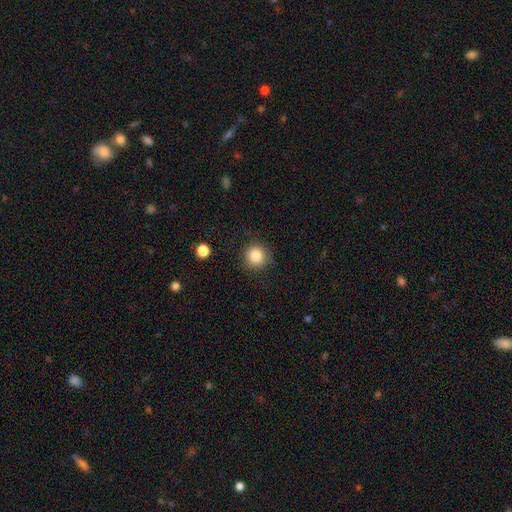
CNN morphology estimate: Smooth or featured? Predicted: smooth (p=0.84). How rounded? Predicted: round (p=0.93). Merging? Predicted: none (p=0.87).